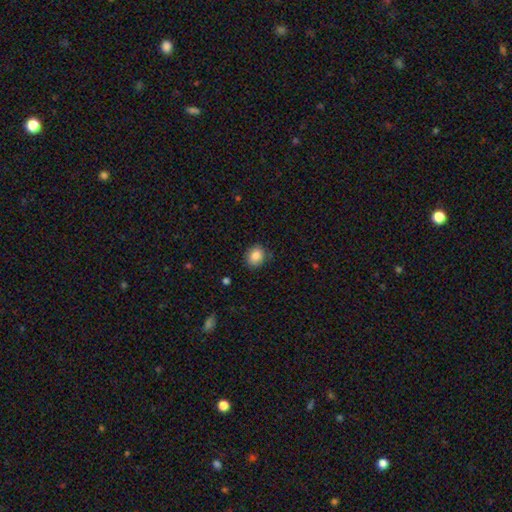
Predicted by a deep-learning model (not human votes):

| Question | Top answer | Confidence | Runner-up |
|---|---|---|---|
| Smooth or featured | smooth | 85% | star or artifact (9%) |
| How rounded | round | 64% | in between (35%) |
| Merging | none | 82% | minor disturbance (13%) |